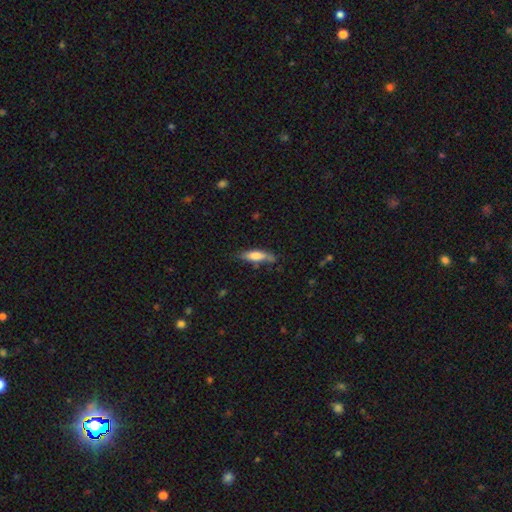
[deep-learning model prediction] smooth-or-featured: smooth: 67% | featured or disk: 27% | star or artifact: 6%
  how-rounded: cigar-shaped: 60% | in between: 38% | round: 2%
  merging: none: 63% | minor disturbance: 26% | major disturbance: 7% | merger: 4%